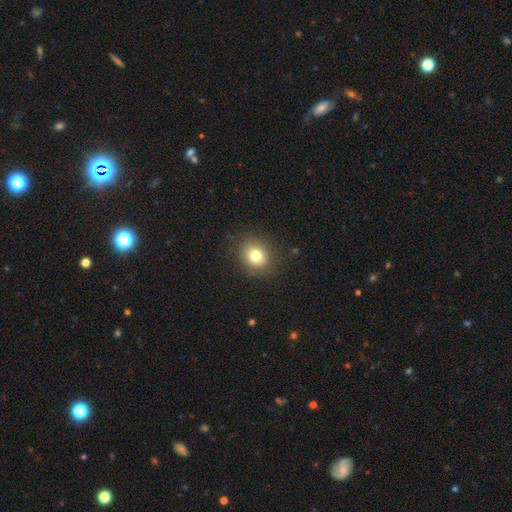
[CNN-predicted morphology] This is likely a smooth galaxy (78%). How rounded: likely round (78%). Merging: clearly none (87%).